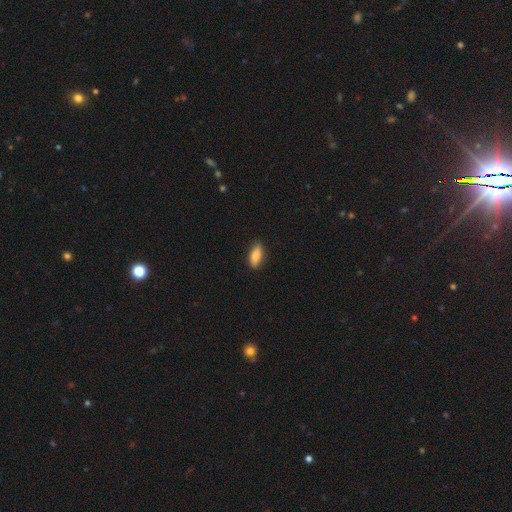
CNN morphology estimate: This appears to be a smooth galaxy with no disk features (81%) that is in between round and cigar-shaped (78%). Merging: none (86%).